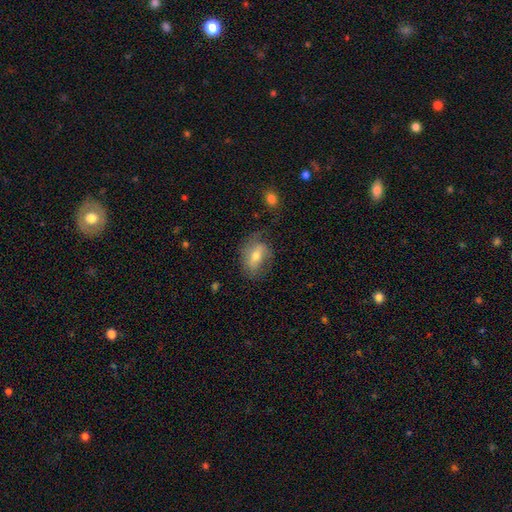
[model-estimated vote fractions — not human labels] Smooth or featured? smooth (51%)
How rounded? in between (73%)
Merging? none (57%)